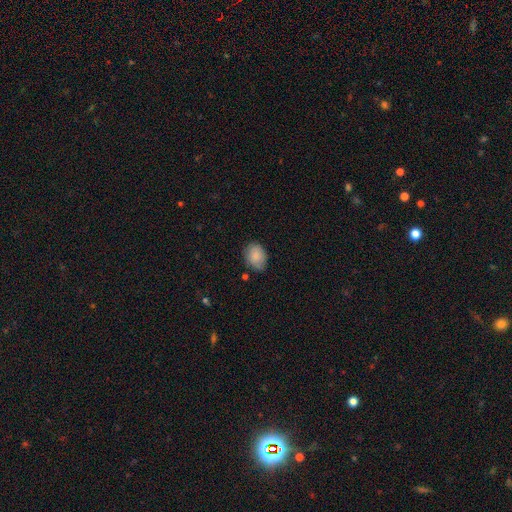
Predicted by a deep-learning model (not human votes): smooth 85%, featured or disk 8%, star or artifact 7%. Down the decision tree: how rounded — in between (71%); merging — none (72%).